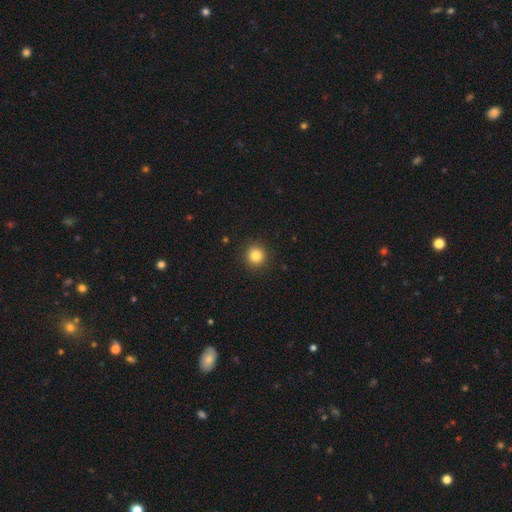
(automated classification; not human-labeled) A smooth galaxy with no disk features (83%) that is round (94%). Merging: none (92%).